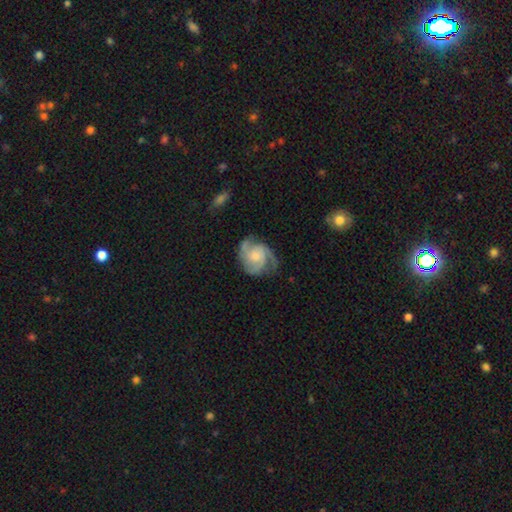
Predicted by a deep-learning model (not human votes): A featured or disk galaxy (83%) with no bar (71%), 3 (46%) medium (45%) spiral arms (96%) and a small central bulge (44%). Merging: none (64%).